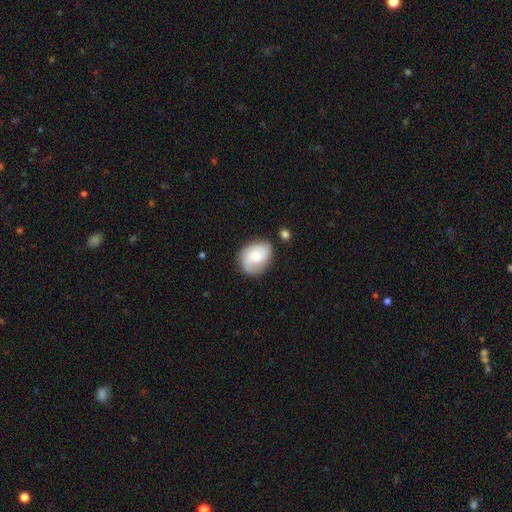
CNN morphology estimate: Smooth or featured: featured or disk — 52% (smooth — 41%)
Edge-on disk: no — 97% (yes — 3%)
Bar: no — 64% (weak — 32%)
Spiral arms: yes — 90% (no — 10%)
Bulge size: moderate — 48% (small — 29%)
Merging: none — 70% (minor disturbance — 20%)